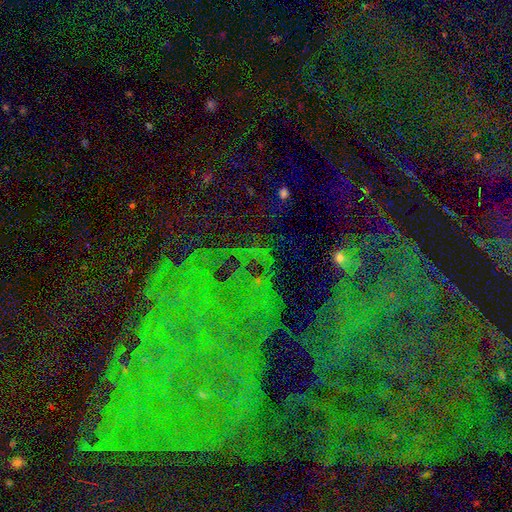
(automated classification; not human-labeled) The model was most divided on "smooth or featured": star or artifact: 76%, featured or disk: 13%, smooth: 11%.